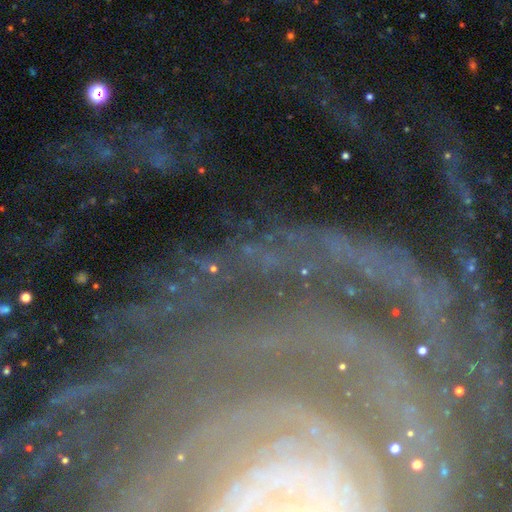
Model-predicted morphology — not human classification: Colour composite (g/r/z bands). It shows a star or artifact, not a galaxy (47%).